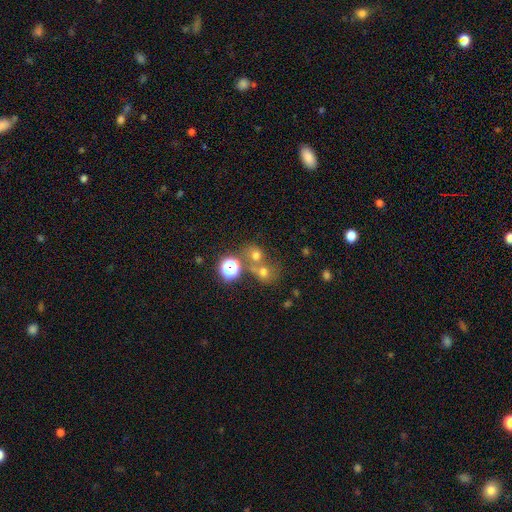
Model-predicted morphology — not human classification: A smooth galaxy with no disk features (62%) that is round (78%).

Vote fractions:
- Smooth or featured? smooth: 62% / star or artifact: 26% / featured or disk: 12%
- How rounded? round: 78% / in between: 21% / cigar-shaped: 1%
- Merging? none: 47% / merger: 40% / minor disturbance: 8% / major disturbance: 5%